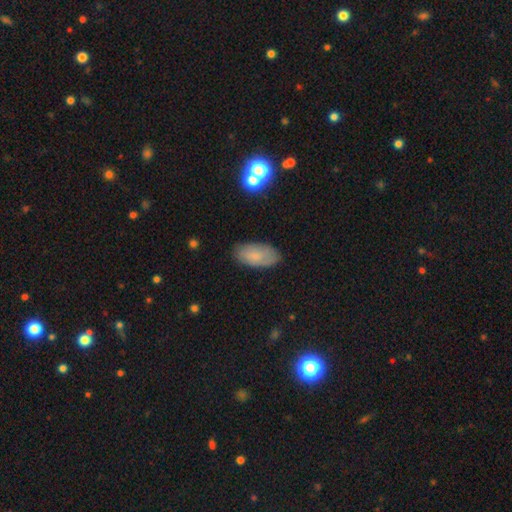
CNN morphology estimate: smooth-or-featured: smooth: 74% | featured or disk: 18% | star or artifact: 8%
  how-rounded: in between: 94% | cigar-shaped: 4% | round: 3%
  merging: none: 82% | minor disturbance: 14% | major disturbance: 3% | merger: 1%